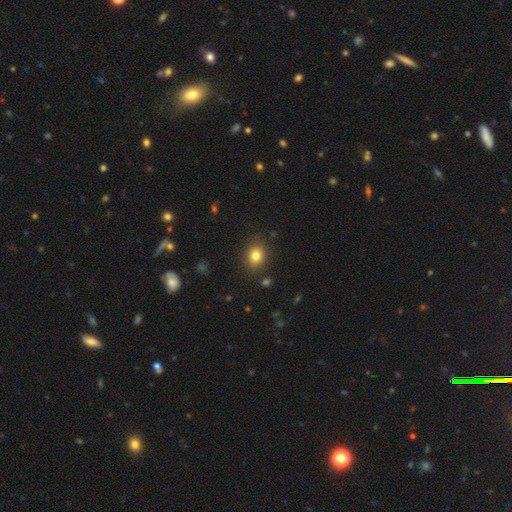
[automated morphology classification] Overall: smooth (81%). How rounded: round (54%; in between 45%). Merging: none (86%).